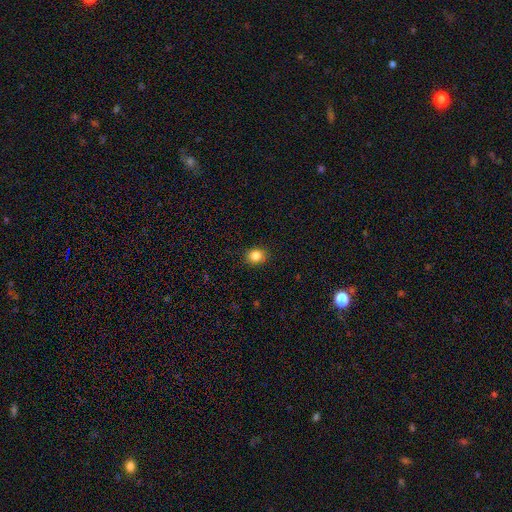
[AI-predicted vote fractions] The model was most divided on "how rounded": round: 65%, in between: 35%, cigar-shaped: 1%. More confident: merging — none (90%); smooth or featured — smooth (84%).